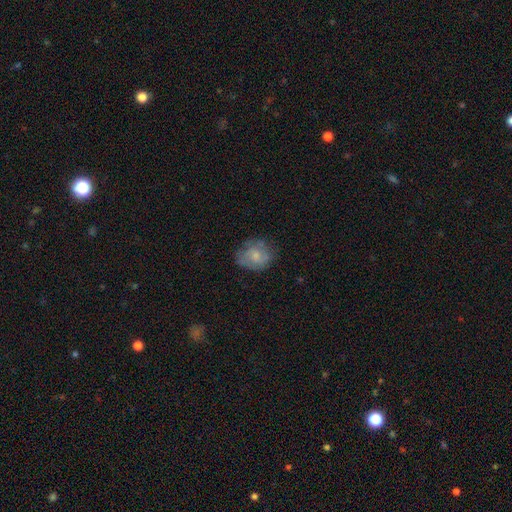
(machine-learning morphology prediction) A smooth galaxy with no disk features (60%) that is round (62%).

Vote fractions:
- Smooth or featured? smooth: 60% / featured or disk: 32% / star or artifact: 8%
- How rounded? round: 62% / in between: 37% / cigar-shaped: 1%
- Merging? none: 64% / minor disturbance: 25% / major disturbance: 10% / merger: 2%